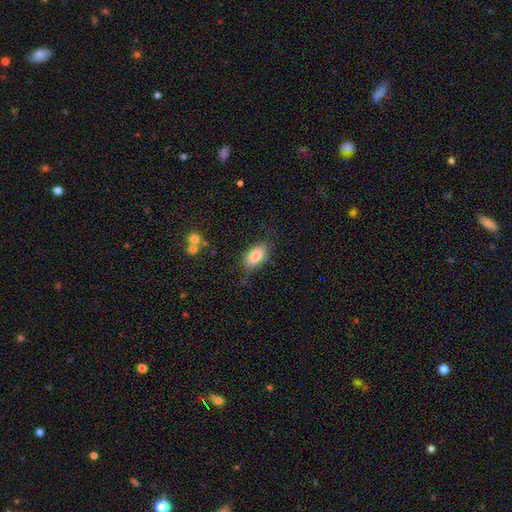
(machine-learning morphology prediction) A smooth galaxy with no disk features (82%) that is in between round and cigar-shaped (90%). Merging: none (64%).